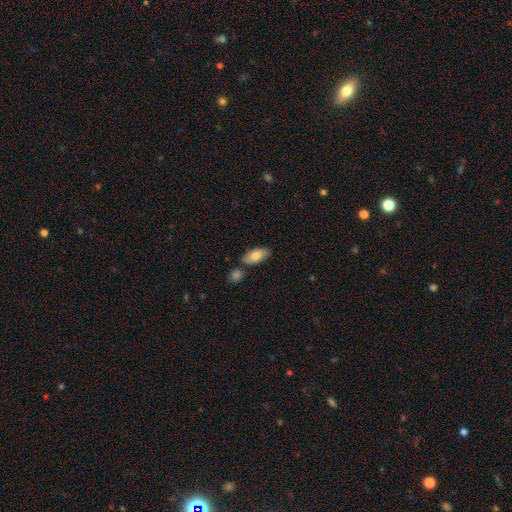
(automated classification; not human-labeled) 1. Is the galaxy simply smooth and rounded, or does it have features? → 80% smooth, 14% featured or disk, 6% star or artifact.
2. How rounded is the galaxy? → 88% in between, 10% cigar-shaped, 3% round.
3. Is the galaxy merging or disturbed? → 76% none, 12% minor disturbance, 9% merger, 2% major disturbance.